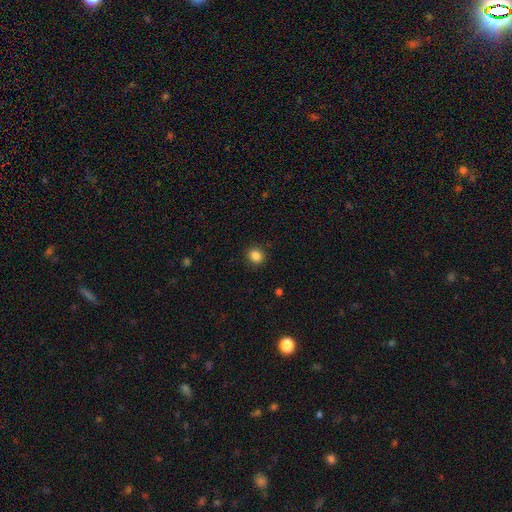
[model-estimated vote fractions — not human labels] smooth-or-featured: smooth: 86% | star or artifact: 11% | featured or disk: 3%
  how-rounded: round: 85% | in between: 14% | cigar-shaped: 1%
  merging: none: 91% | minor disturbance: 6% | major disturbance: 2% | merger: 1%